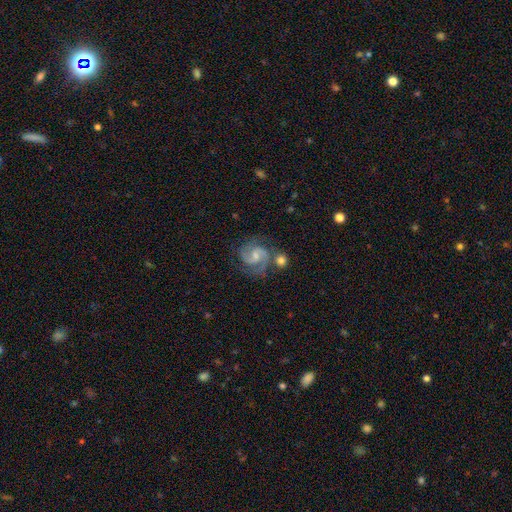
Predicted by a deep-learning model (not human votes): Smooth or featured? featured or disk (89%)
Edge-on disk? no (98%)
Bar? weak (50%)
Spiral arms? yes (98%)
Spiral winding? medium (61%)
Spiral arm count? 2 (89%)
Bulge size? small (53%)
Merging? none (68%)